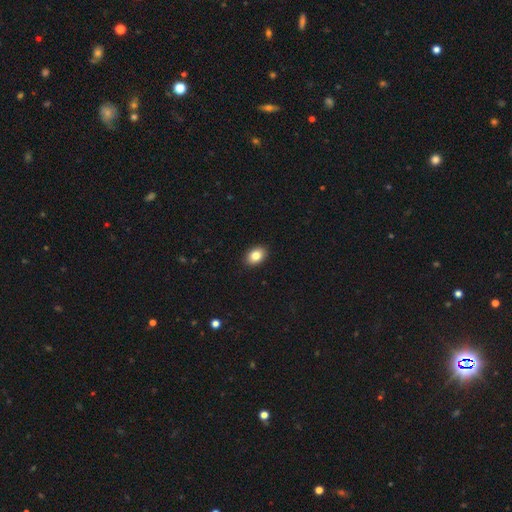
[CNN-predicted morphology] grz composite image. It shows a smooth galaxy with no disk features (84%) that is in between round and cigar-shaped (82%). Merging: none (91%).